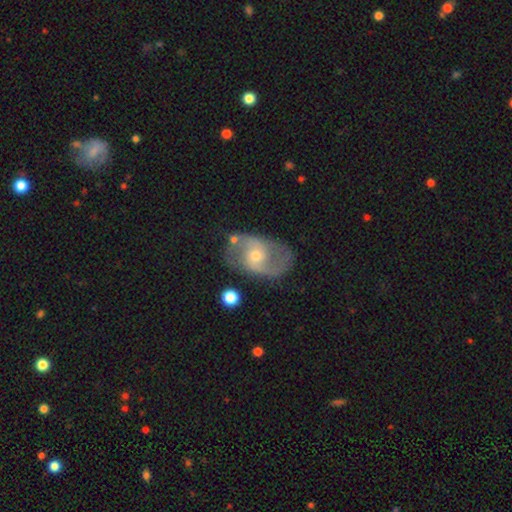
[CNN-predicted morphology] A featured or disk galaxy (81%) with no bar (56%), 2 (87%) medium (48%) spiral arms (90%) and a moderate central bulge (49%).

Vote fractions:
- Smooth or featured? featured or disk: 81% / smooth: 13% / star or artifact: 6%
- Edge-on disk? no: 96% / yes: 4%
- Bar? no: 56% / weak: 35% / strong: 9%
- Spiral arms? yes: 90% / no: 10%
- Spiral winding? medium: 48% / loose: 35% / tight: 17%
- Spiral arm count? 2: 87% / can't tell: 6% / 1: 3% / 3: 2% / 4: 1% / more than 4: 1%
- Bulge size? moderate: 49% / small: 47% / large: 2% / none: 1% / dominant: 1%
- Merging? none: 69% / minor disturbance: 18% / major disturbance: 8% / merger: 4%